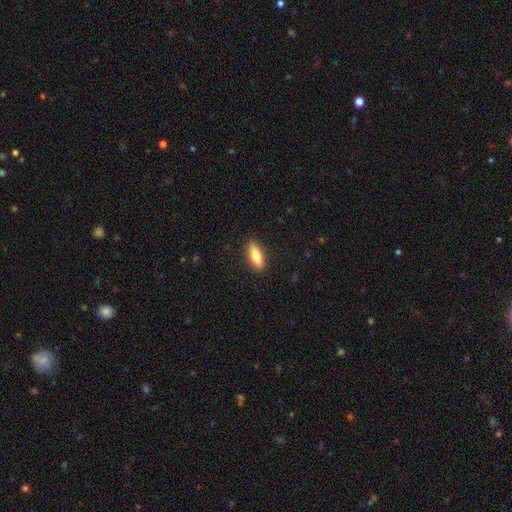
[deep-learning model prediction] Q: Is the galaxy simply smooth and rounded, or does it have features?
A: smooth — 78%.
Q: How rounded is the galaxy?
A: in between — 59%.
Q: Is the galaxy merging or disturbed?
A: none — 88%.